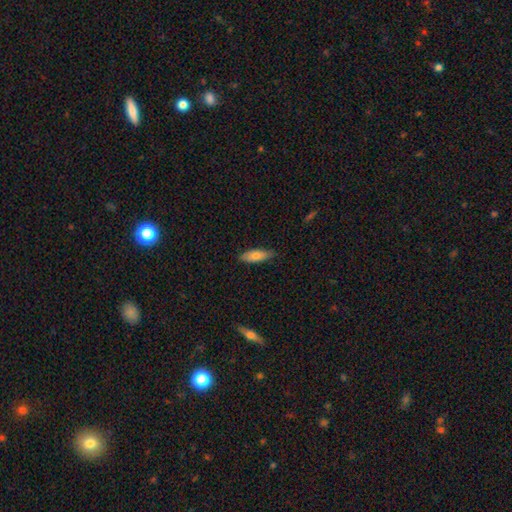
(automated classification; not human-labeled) Morphology: type=smooth (77%); roundness=in between (55%); merging=none (82%).